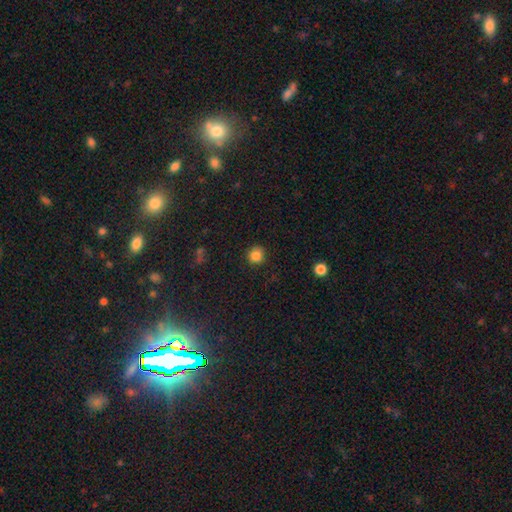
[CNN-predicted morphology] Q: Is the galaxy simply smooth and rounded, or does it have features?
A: smooth — 85%.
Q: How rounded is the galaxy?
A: round — 92%.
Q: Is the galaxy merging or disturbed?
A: none — 89%.